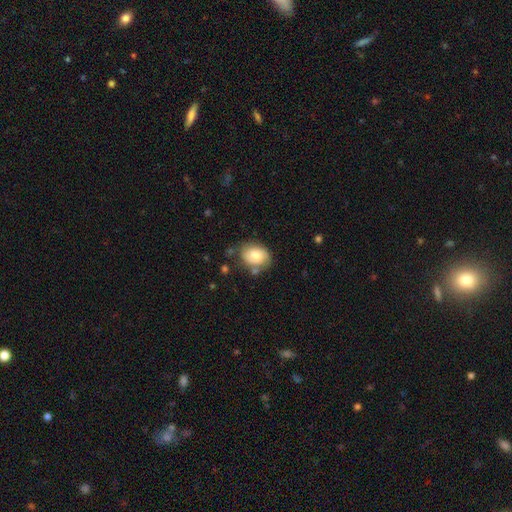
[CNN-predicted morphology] Smooth or featured: smooth — 74% (featured or disk — 19%)
How rounded: in between — 63% (round — 36%)
Merging: none — 66% (minor disturbance — 21%)